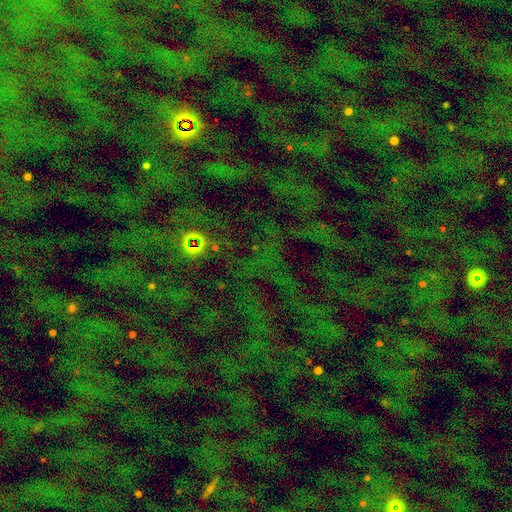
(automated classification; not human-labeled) Morphology: type=star or artifact (70%).